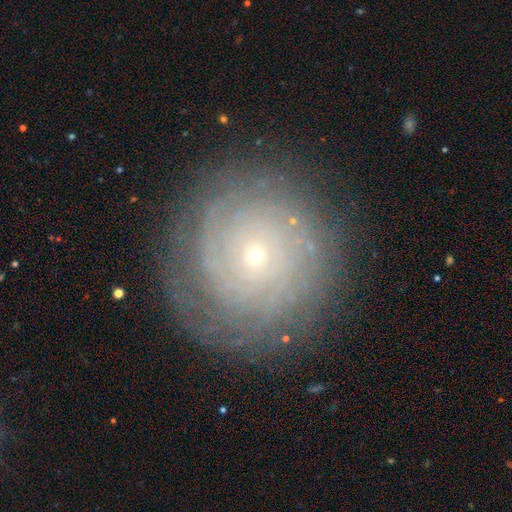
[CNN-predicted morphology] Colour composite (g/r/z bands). It shows a featured or disk galaxy (73%) with no bar (84%), tight (85%) spiral arms (90%) and a small central bulge (83%). Merging: none (83%).